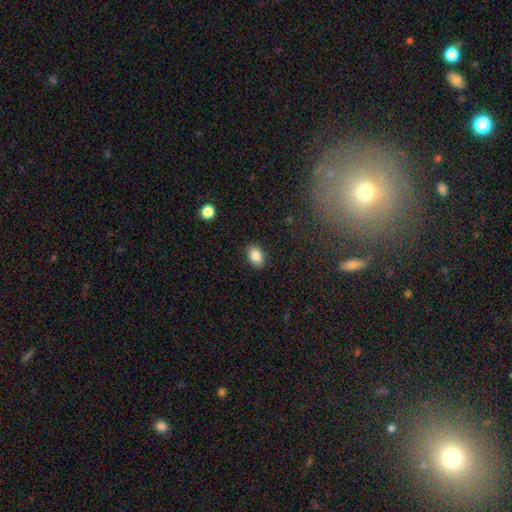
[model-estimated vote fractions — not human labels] Overall: smooth (87%). How rounded: in between (85%). Merging: none (88%).